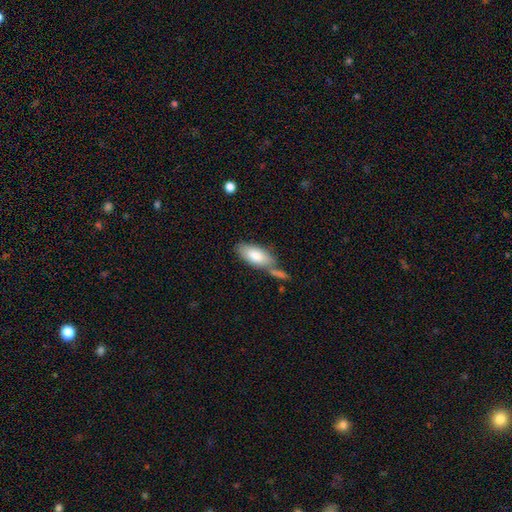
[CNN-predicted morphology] Smooth or featured? Predicted: smooth (p=0.81). How rounded? Predicted: in between (p=0.88). Merging? Predicted: none (p=0.48).